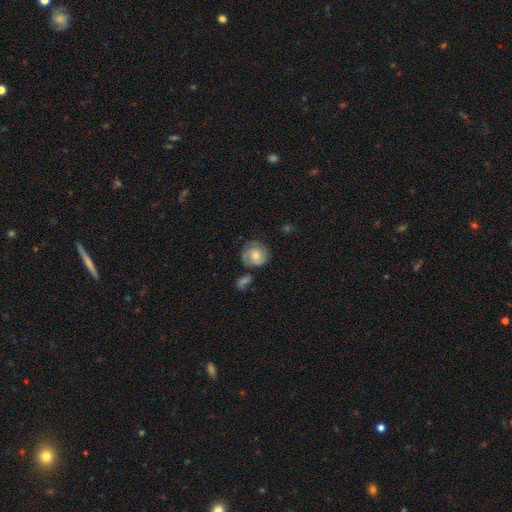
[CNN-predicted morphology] Overall: featured or disk (53%; smooth 40%). Edge-on disk: no (97%). Bar: no (72%). Spiral arms: yes (85%). Bulge size: moderate (56%; small 32%). Merging: none (62%).